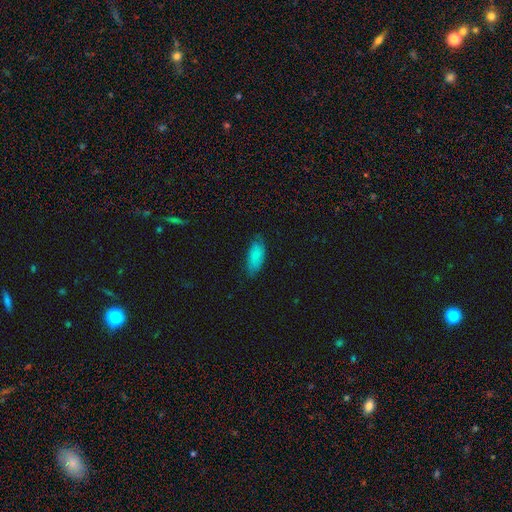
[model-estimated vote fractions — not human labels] Morphology: type=smooth (79%); roundness=in between (84%); merging=none (73%).